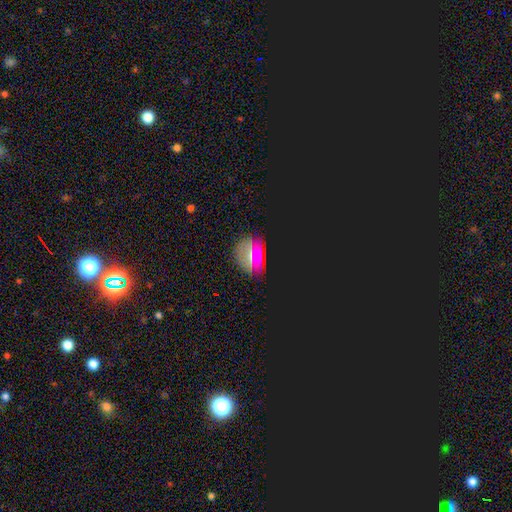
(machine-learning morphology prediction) Smooth or featured? Predicted: star or artifact (p=0.56).